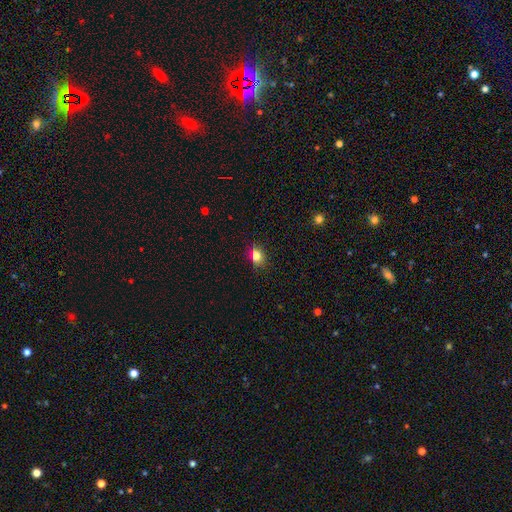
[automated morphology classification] type=smooth (80%); roundness=in between (58%); merging=none (84%).